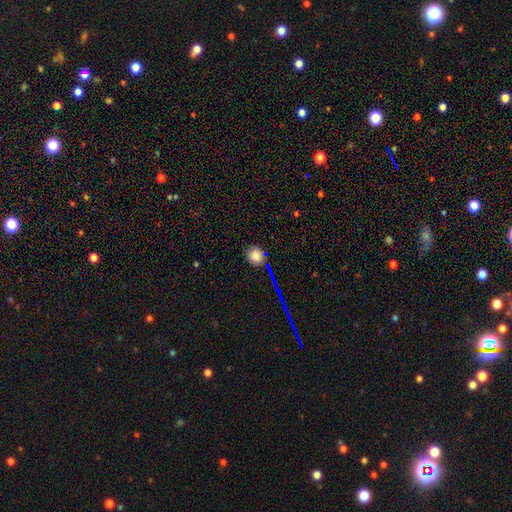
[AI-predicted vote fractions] Smooth or featured? Predicted: smooth (p=0.79). How rounded? Predicted: round (p=0.85). Merging? Predicted: none (p=0.82).